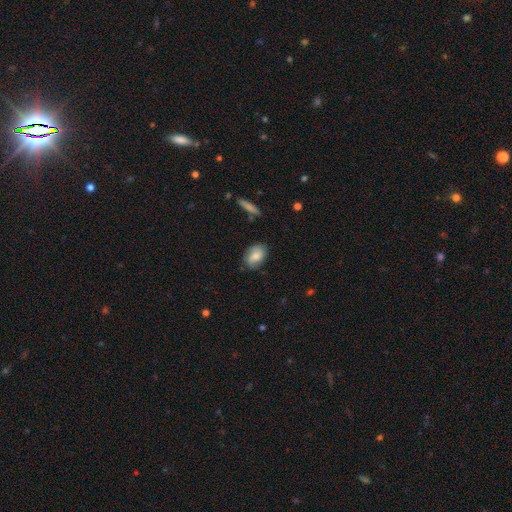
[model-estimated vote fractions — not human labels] Q: Smooth or featured?
A: smooth (68%); runner-up: featured or disk (24%)
Q: How rounded?
A: in between (80%); runner-up: round (18%)
Q: Merging?
A: none (77%); runner-up: minor disturbance (18%)